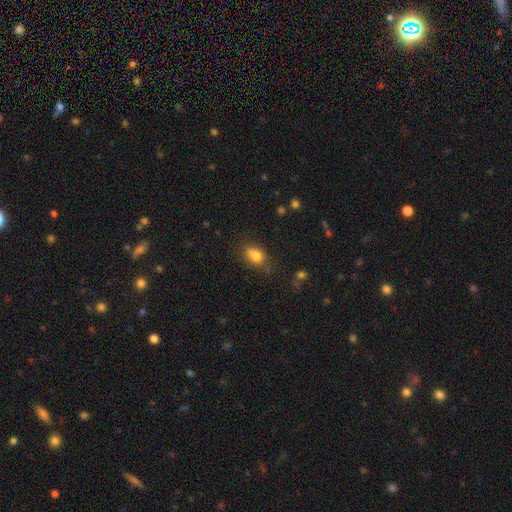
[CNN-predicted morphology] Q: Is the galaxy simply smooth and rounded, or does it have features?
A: smooth — 77%.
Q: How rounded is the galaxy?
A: in between — 66%.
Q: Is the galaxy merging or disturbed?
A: none — 59%.